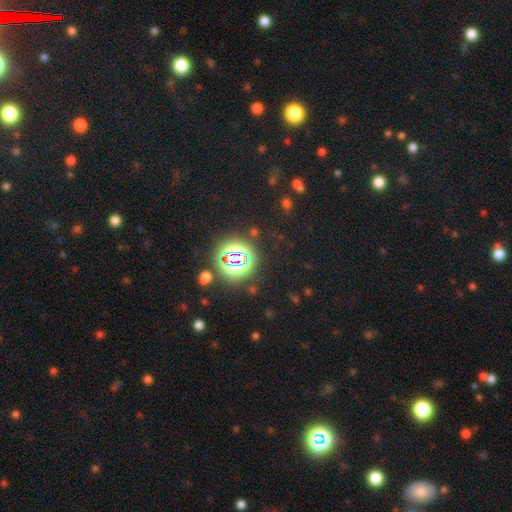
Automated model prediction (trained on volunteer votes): This is likely a star or artifact rather than a galaxy (72%).